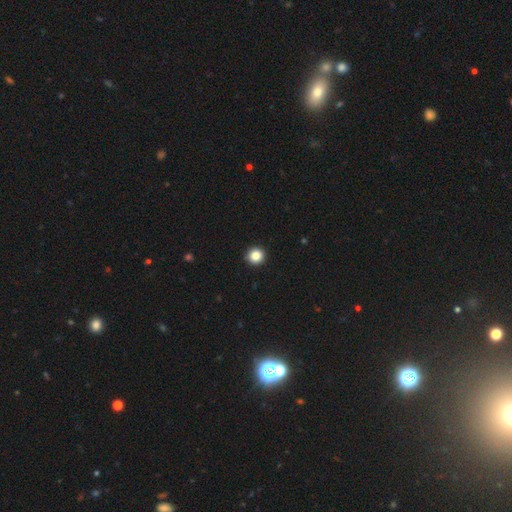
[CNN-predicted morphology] Smooth or featured? smooth (85%)
How rounded? round (94%)
Merging? none (93%)